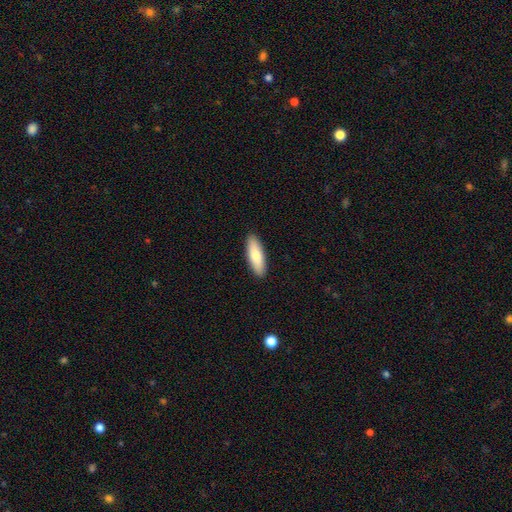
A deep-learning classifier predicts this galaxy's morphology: The model was most divided on "how rounded": in between: 53%, cigar-shaped: 45%, round: 2%. More confident: merging — none (91%); smooth or featured — smooth (79%).